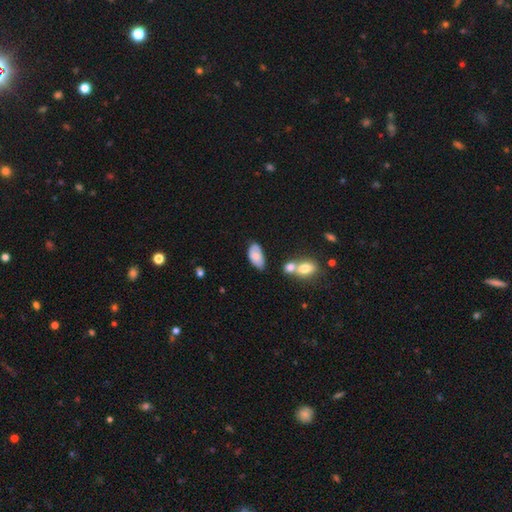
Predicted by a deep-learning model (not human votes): A smooth galaxy with no disk features (74%) that is in between round and cigar-shaped (94%).

Vote fractions:
- Smooth or featured? smooth: 74% / featured or disk: 19% / star or artifact: 7%
- How rounded? in between: 94% / cigar-shaped: 3% / round: 3%
- Merging? none: 56% / minor disturbance: 27% / merger: 10% / major disturbance: 6%